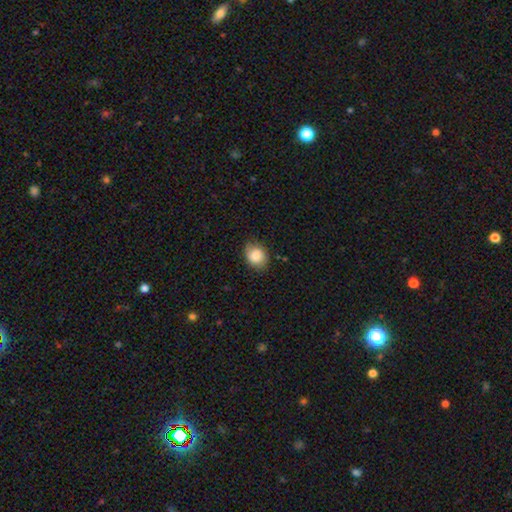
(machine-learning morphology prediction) smooth 83%, featured or disk 10%, star or artifact 8%. Down the decision tree: how rounded — round (54%); merging — none (75%).